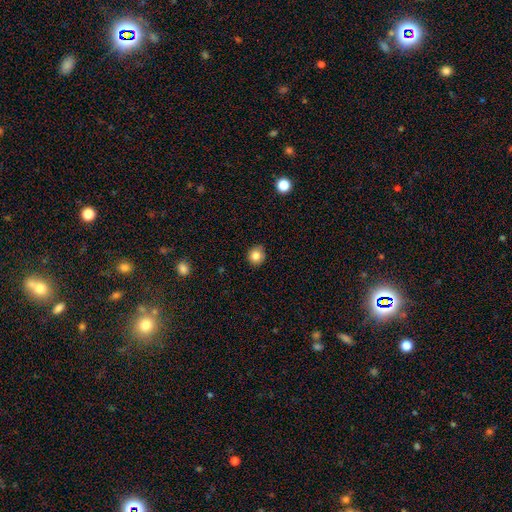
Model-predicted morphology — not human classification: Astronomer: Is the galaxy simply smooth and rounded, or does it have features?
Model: smooth — 83%.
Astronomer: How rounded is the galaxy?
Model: round — 89%.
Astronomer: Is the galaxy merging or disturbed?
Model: none — 87%.